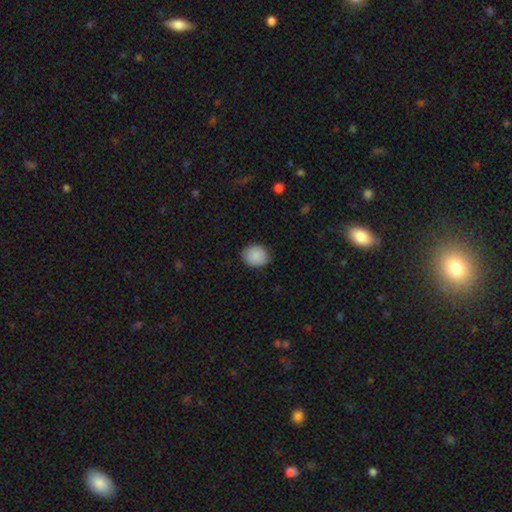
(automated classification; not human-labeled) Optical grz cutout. It shows a smooth galaxy with no disk features (89%) that is round (64%). Merging: none (87%).